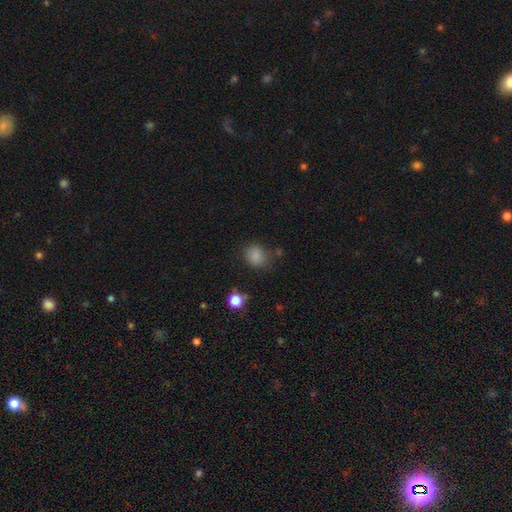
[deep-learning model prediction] Smooth or featured? Predicted: smooth (p=0.84). How rounded? Predicted: round (p=0.70). Merging? Predicted: none (p=0.75).